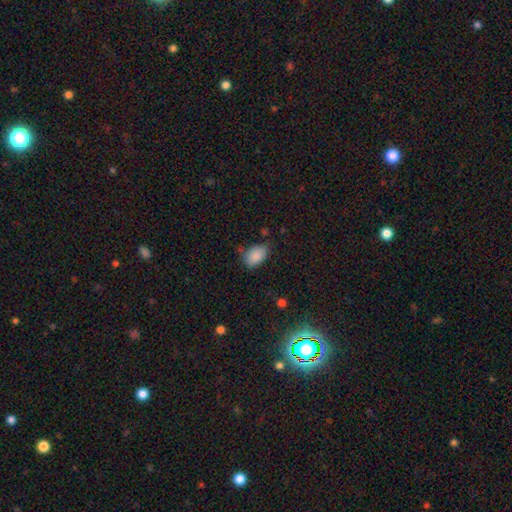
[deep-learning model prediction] Smooth or featured: smooth — 86% (star or artifact — 8%)
How rounded: in between — 87% (round — 11%)
Merging: none — 59% (minor disturbance — 31%)